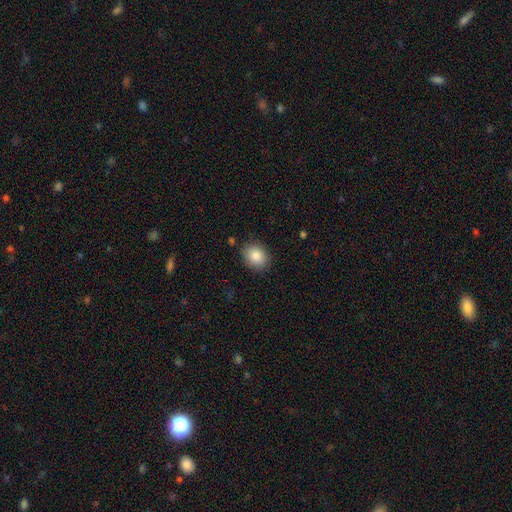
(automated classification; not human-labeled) smooth-or-featured: smooth: 86% | star or artifact: 8% | featured or disk: 6%
  how-rounded: in between: 51% | round: 48% | cigar-shaped: 1%
  merging: none: 85% | minor disturbance: 11% | major disturbance: 3% | merger: 2%